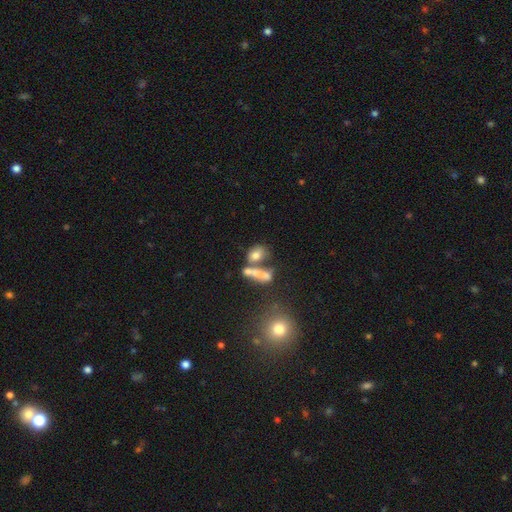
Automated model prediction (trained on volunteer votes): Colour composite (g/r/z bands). It shows a smooth galaxy with no disk features (70%) that is in between round and cigar-shaped (64%). Merging: merger (42%).